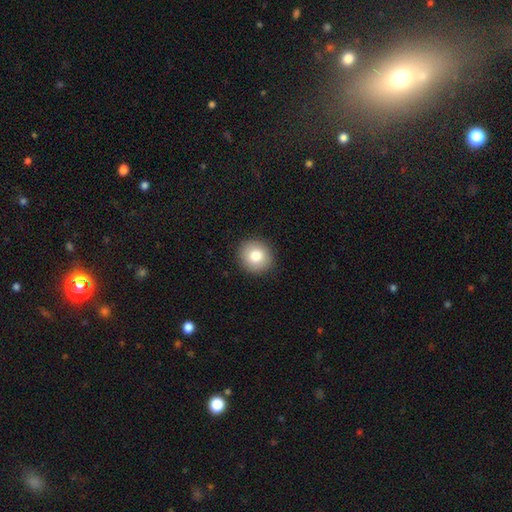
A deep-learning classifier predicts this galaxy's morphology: type=smooth (81%); roundness=round (88%); merging=none (91%).